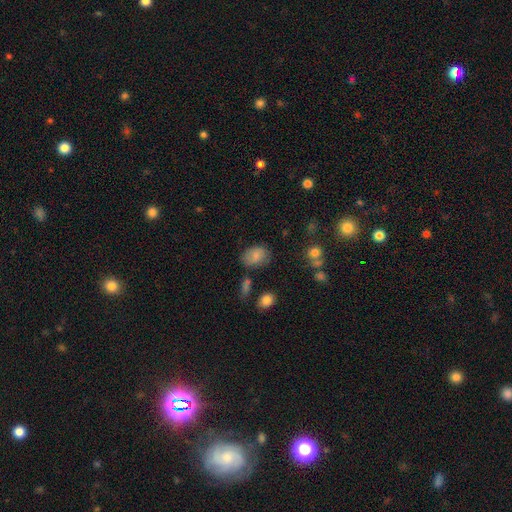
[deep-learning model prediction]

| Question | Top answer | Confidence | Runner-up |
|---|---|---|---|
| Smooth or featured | smooth | 79% | featured or disk (11%) |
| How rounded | in between | 76% | round (22%) |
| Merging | none | 71% | minor disturbance (19%) |